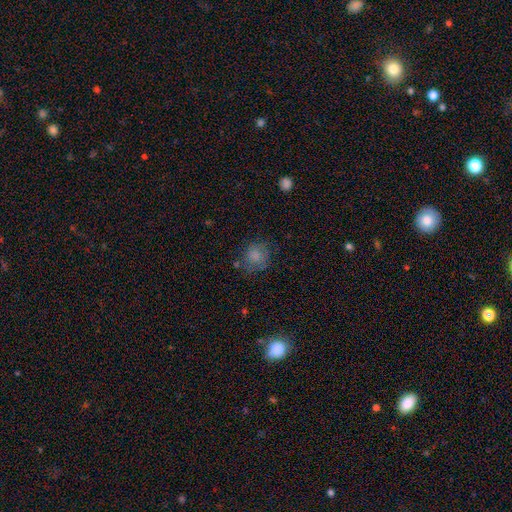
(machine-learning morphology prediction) smooth 79%, featured or disk 11%, star or artifact 10%. Down the decision tree: how rounded — round (82%); merging — none (67%).